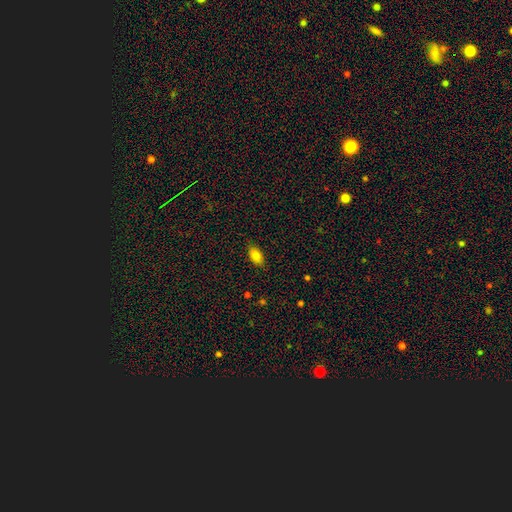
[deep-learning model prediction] Q: Smooth or featured?
A: smooth (83%); runner-up: star or artifact (9%)
Q: How rounded?
A: in between (91%); runner-up: round (5%)
Q: Merging?
A: none (85%); runner-up: minor disturbance (11%)